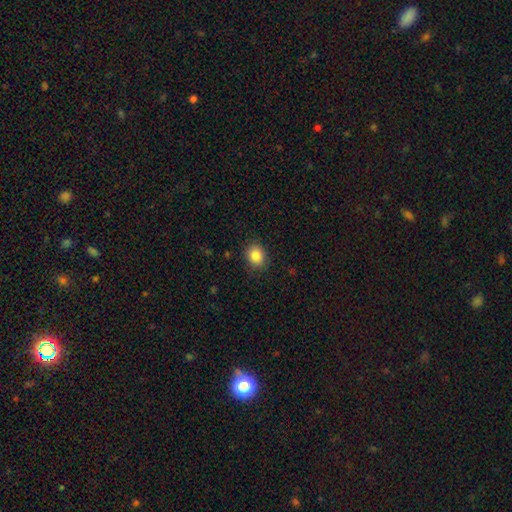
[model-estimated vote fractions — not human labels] This appears to be a smooth galaxy with no disk features (86%) that is round (61%). Merging: none (87%).